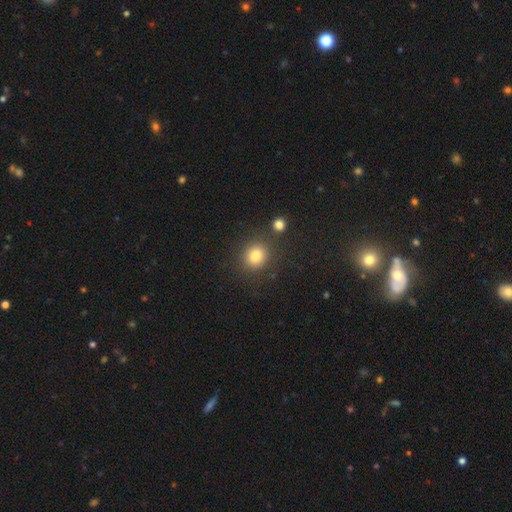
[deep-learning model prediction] smooth_or_featured: smooth (p=0.81) [alt: star or artifact p=0.12]
how_rounded: round (p=0.83) [alt: in between p=0.16]
merging: none (p=0.82) [alt: minor disturbance p=0.08]